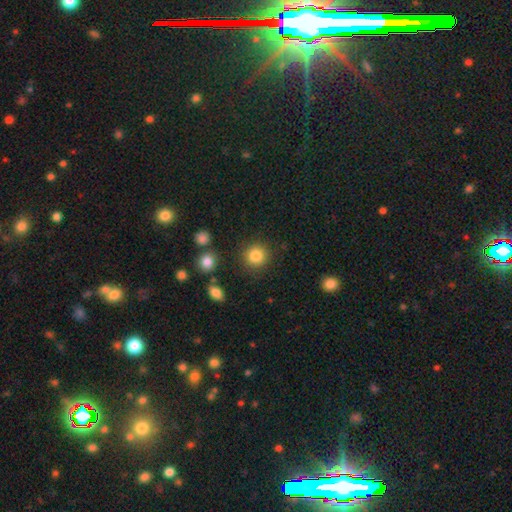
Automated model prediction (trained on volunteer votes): smooth-or-featured: smooth: 84% | star or artifact: 11% | featured or disk: 5%
  how-rounded: round: 93% | in between: 6% | cigar-shaped: 1%
  merging: none: 88% | minor disturbance: 7% | major disturbance: 3% | merger: 2%